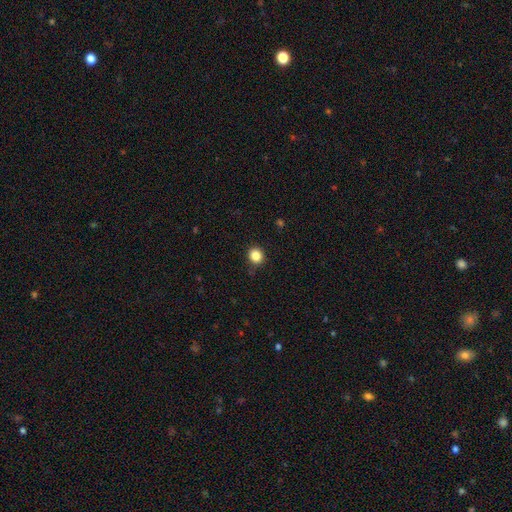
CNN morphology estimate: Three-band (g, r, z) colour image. It shows a smooth galaxy with no disk features (86%) that is round (85%). Merging: none (87%).